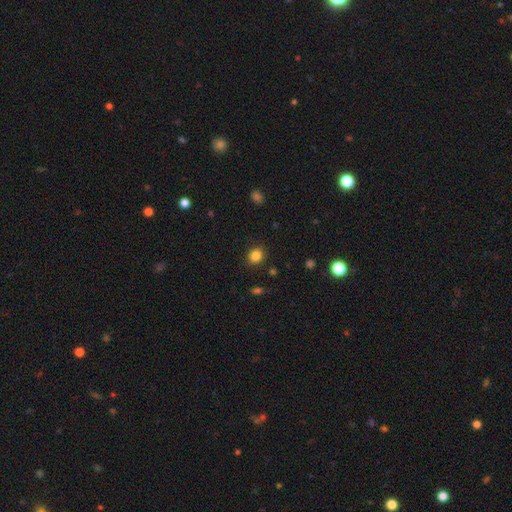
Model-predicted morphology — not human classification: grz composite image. It shows a smooth galaxy with no disk features (84%) that is round (72%). Merging: none (88%).